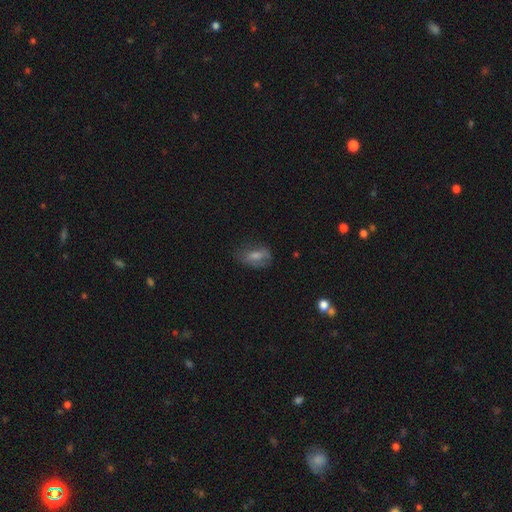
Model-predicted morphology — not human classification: type=smooth (51%); roundness=in between (81%); merging=none (57%).